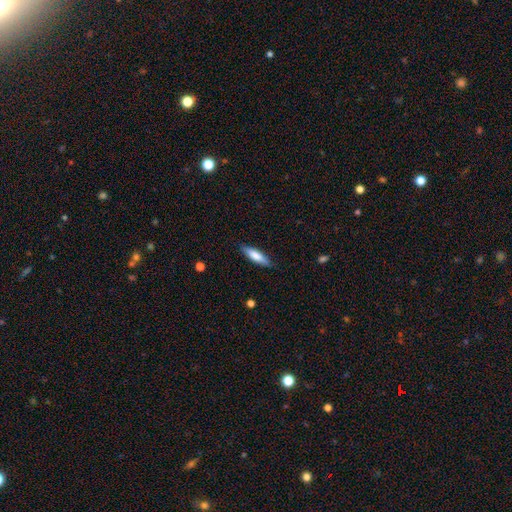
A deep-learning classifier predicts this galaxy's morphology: smooth 74%, featured or disk 20%, star or artifact 6%. Down the decision tree: how rounded — cigar-shaped (64%); merging — none (85%).